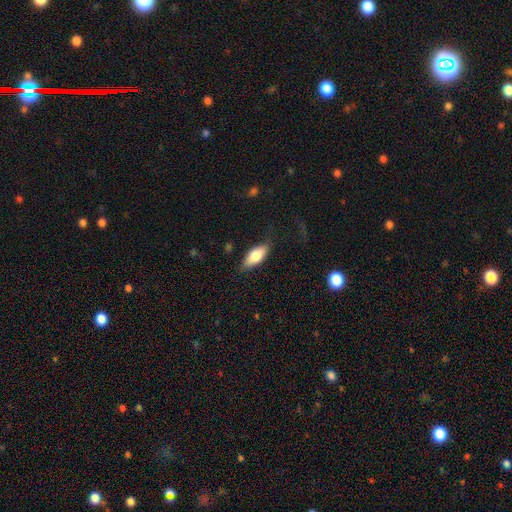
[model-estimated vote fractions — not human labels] A smooth galaxy with no disk features (75%) that is in between round and cigar-shaped (82%). Merging: none (77%).